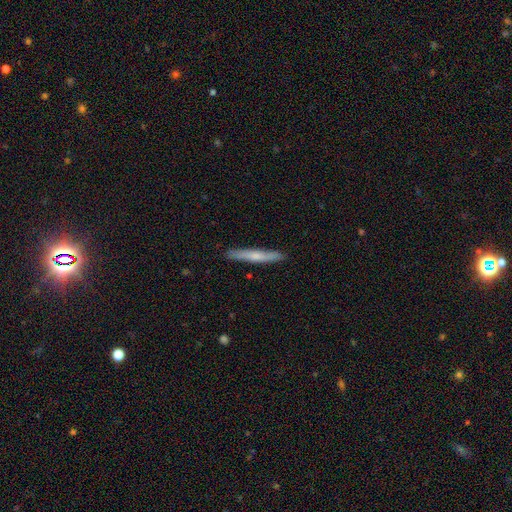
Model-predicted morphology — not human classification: smooth-or-featured: smooth: 53% | featured or disk: 41% | star or artifact: 5%
  how-rounded: cigar-shaped: 95% | in between: 3% | round: 1%
  merging: none: 90% | minor disturbance: 8% | major disturbance: 1% | merger: 1%